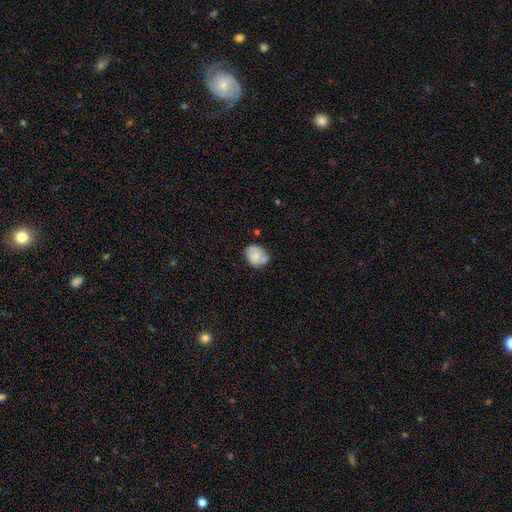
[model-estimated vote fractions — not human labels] Smooth or featured?
  - smooth: 68% *
  - featured or disk: 24%
  - star or artifact: 8%
How rounded?
  - round: 57% *
  - in between: 42%
  - cigar-shaped: 1%
Merging?
  - none: 50% *
  - minor disturbance: 29%
  - merger: 14%
  - major disturbance: 7%